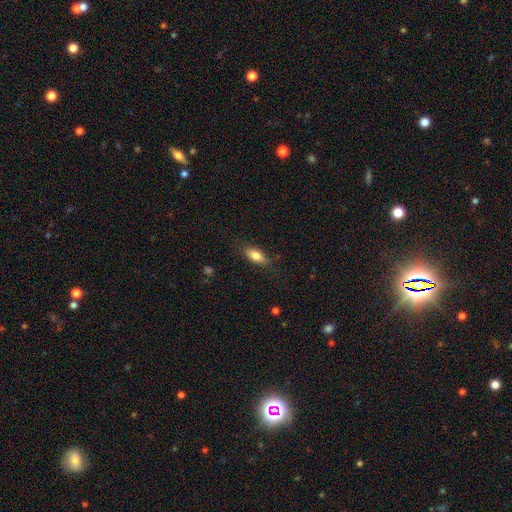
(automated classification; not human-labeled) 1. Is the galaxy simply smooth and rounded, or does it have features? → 79% smooth, 14% featured or disk, 7% star or artifact.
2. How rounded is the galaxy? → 79% in between, 18% cigar-shaped, 3% round.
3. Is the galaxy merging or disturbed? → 82% none, 13% minor disturbance, 3% major disturbance, 1% merger.